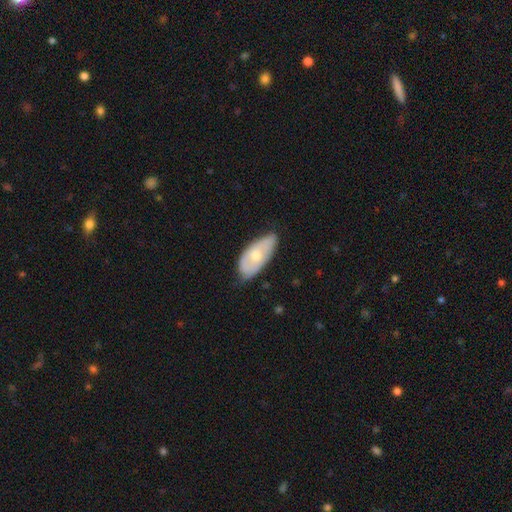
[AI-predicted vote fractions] The model was most divided on "smooth or featured": smooth: 52%, featured or disk: 42%, star or artifact: 6%. More confident: how rounded — in between (90%); merging — none (59%).